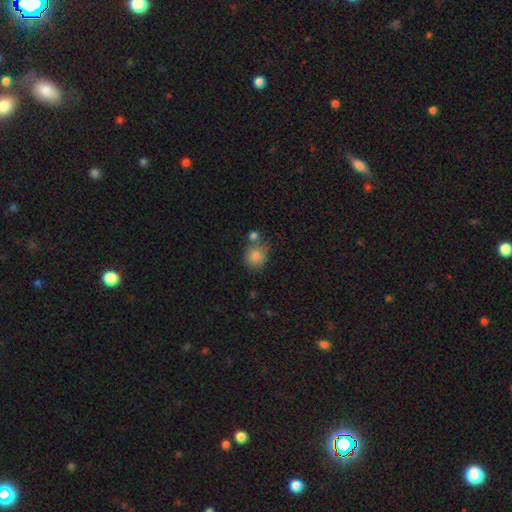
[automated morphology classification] This appears to be a smooth galaxy with no disk features (84%) that is round (76%). Merging: none (63%).